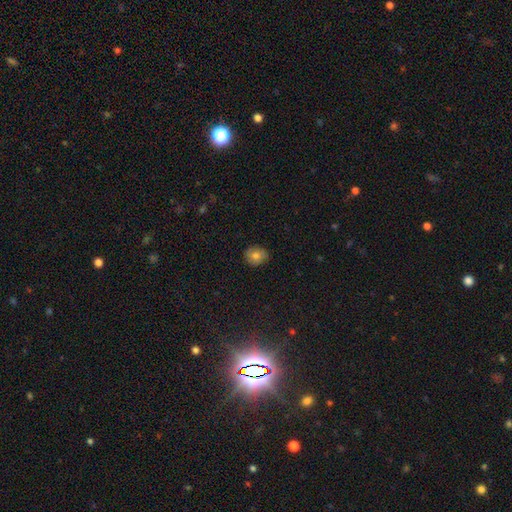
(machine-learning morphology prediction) Overall: smooth (79%). How rounded: round (73%). Merging: none (83%).